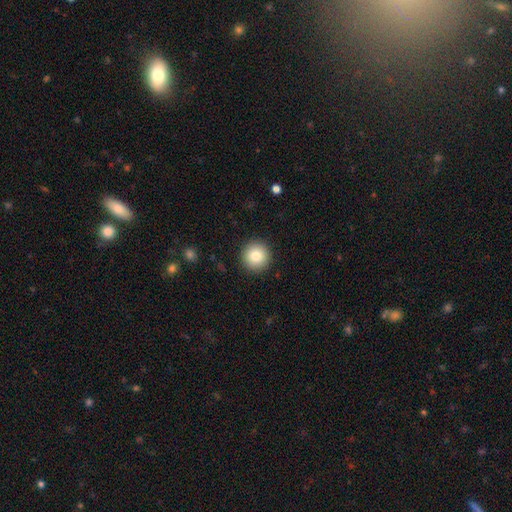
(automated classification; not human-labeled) Smooth or featured: smooth — 82% (star or artifact — 9%)
How rounded: round — 96% (in between — 3%)
Merging: none — 92% (minor disturbance — 5%)